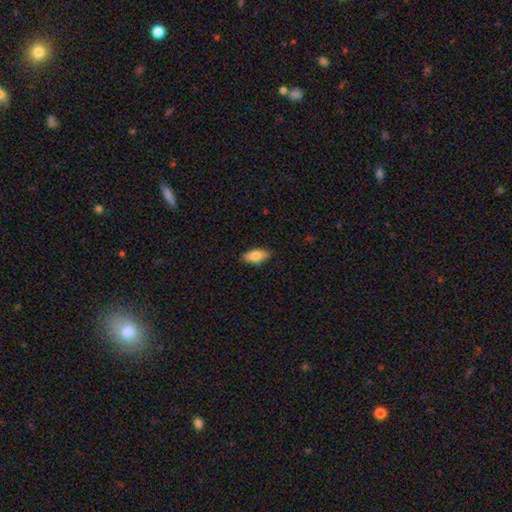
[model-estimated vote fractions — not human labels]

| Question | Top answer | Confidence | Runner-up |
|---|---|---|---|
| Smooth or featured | smooth | 79% | featured or disk (14%) |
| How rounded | in between | 87% | cigar-shaped (11%) |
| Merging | none | 87% | minor disturbance (10%) |